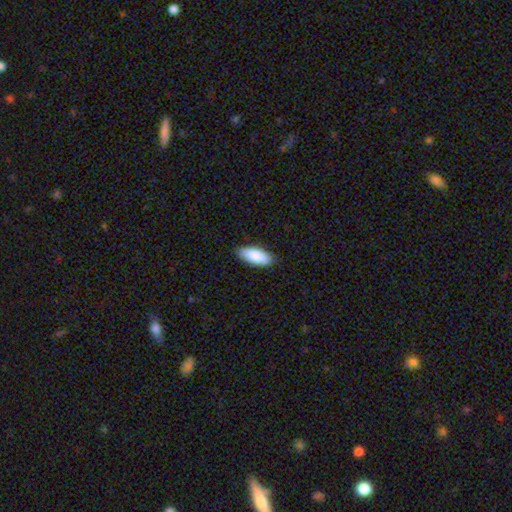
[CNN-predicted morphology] This is clearly a smooth galaxy (87%). How rounded: clearly in between (82%). Merging: clearly none (87%).